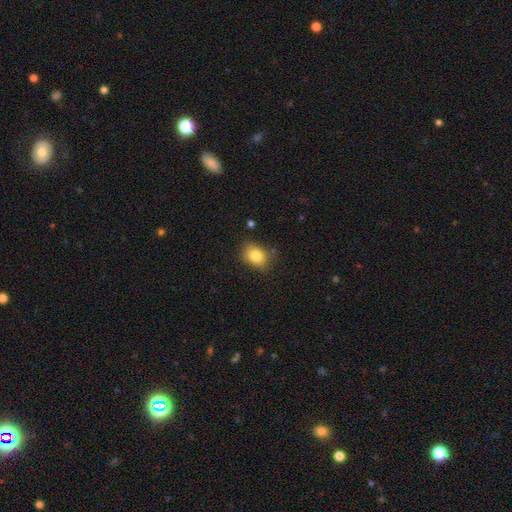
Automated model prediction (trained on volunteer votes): Morphology: type=smooth (83%); roundness=in between (61%); merging=none (79%).